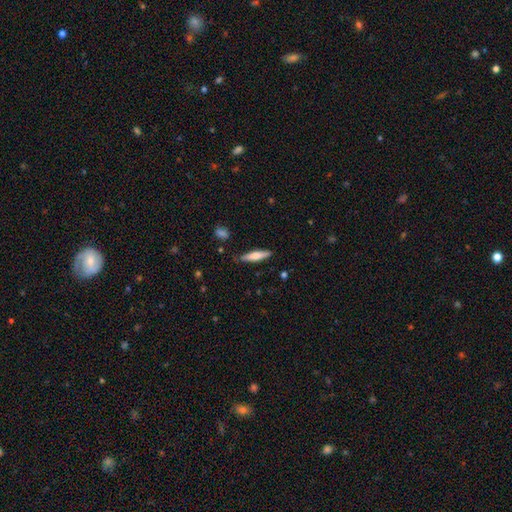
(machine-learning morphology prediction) Q: Smooth or featured?
A: smooth (65%); runner-up: featured or disk (30%)
Q: How rounded?
A: cigar-shaped (76%); runner-up: in between (22%)
Q: Merging?
A: none (83%); runner-up: minor disturbance (13%)